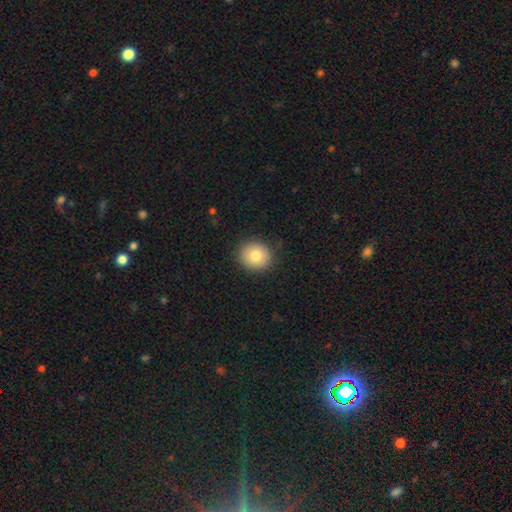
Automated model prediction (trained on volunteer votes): Morphology: type=smooth (82%); roundness=round (82%); merging=none (89%).